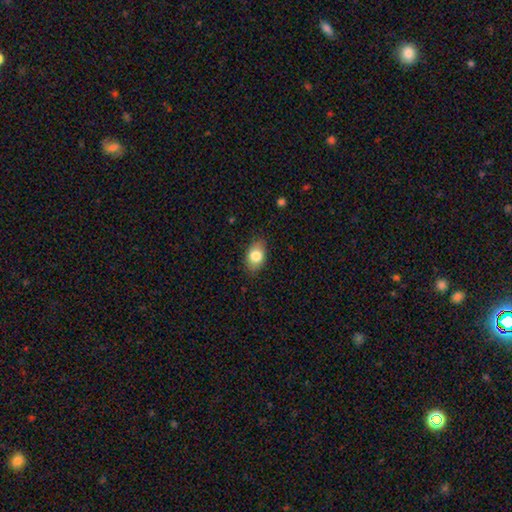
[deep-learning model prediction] This appears to be a smooth galaxy with no disk features (81%) that is in between round and cigar-shaped (84%). Merging: none (82%).